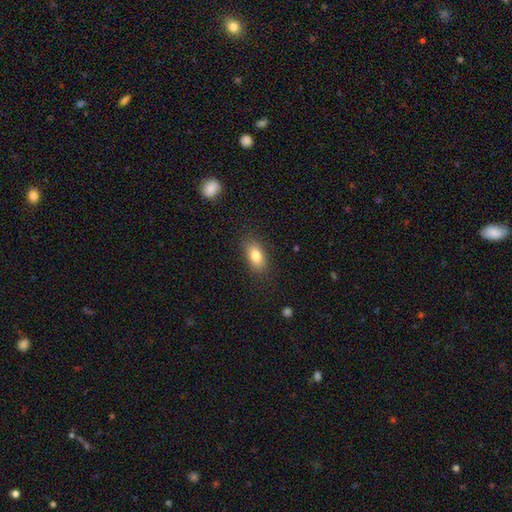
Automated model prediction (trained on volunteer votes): Smooth or featured? Predicted: smooth (p=0.80). How rounded? Predicted: in between (p=0.87). Merging? Predicted: none (p=0.84).